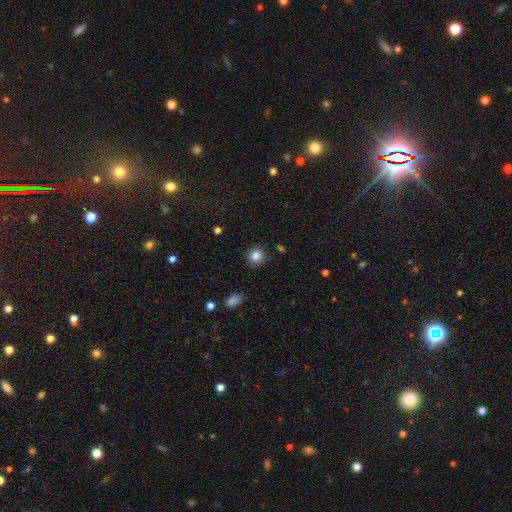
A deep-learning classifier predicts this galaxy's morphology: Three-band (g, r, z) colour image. It shows a smooth galaxy with no disk features (84%) that is round (88%). Merging: none (89%).